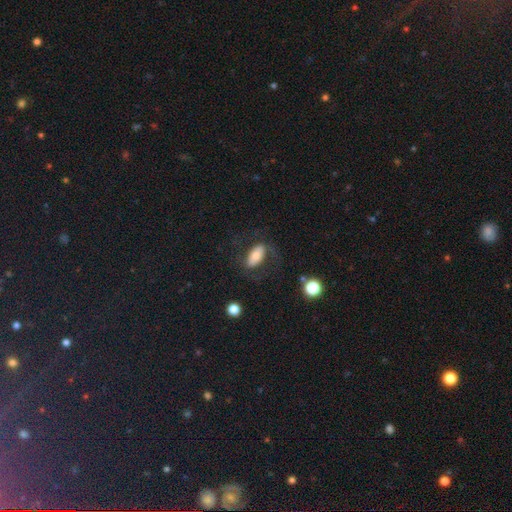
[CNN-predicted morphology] A smooth galaxy with no disk features (59%) that is in between round and cigar-shaped (88%).

Vote fractions:
- Smooth or featured? smooth: 59% / featured or disk: 34% / star or artifact: 7%
- How rounded? in between: 88% / cigar-shaped: 7% / round: 4%
- Merging? none: 63% / major disturbance: 18% / minor disturbance: 17% / merger: 2%